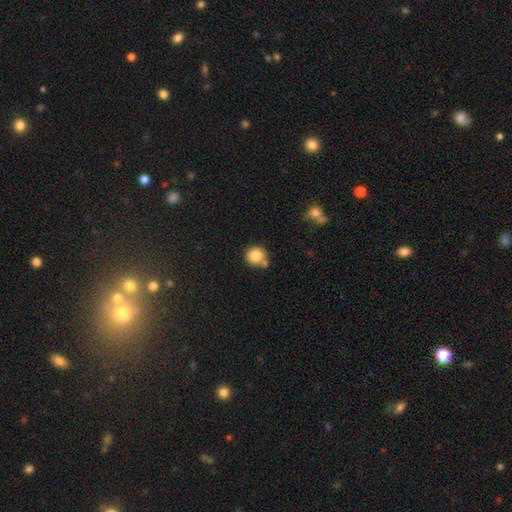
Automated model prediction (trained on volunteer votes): Smooth or featured? smooth (83%)
How rounded? round (91%)
Merging? none (64%)